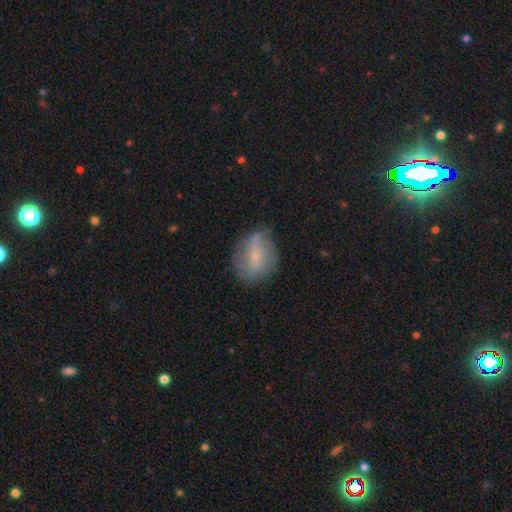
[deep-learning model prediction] featured or disk 46%, smooth 44%, star or artifact 10%. Down the decision tree: merging — none (64%).